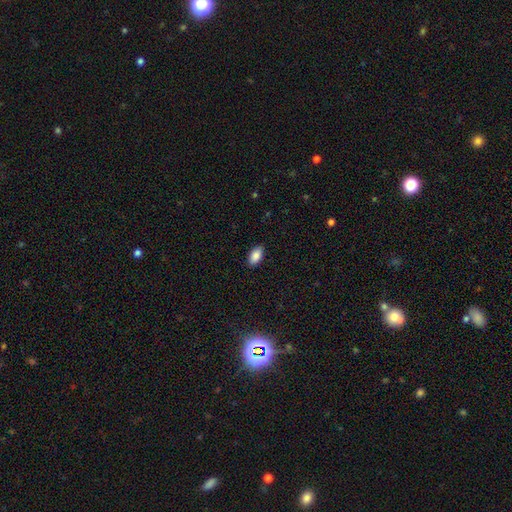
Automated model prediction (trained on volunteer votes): This is clearly a smooth galaxy (87%). How rounded: clearly in between (94%). Merging: clearly none (89%).